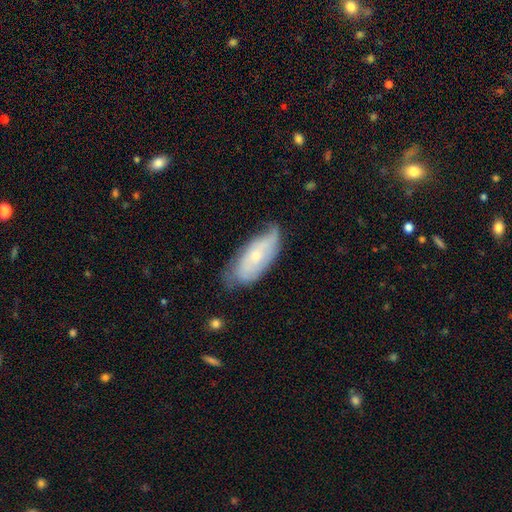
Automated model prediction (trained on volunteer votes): Morphology: type=featured or disk (54%); edge-on=no (85%); merging=none (56%).